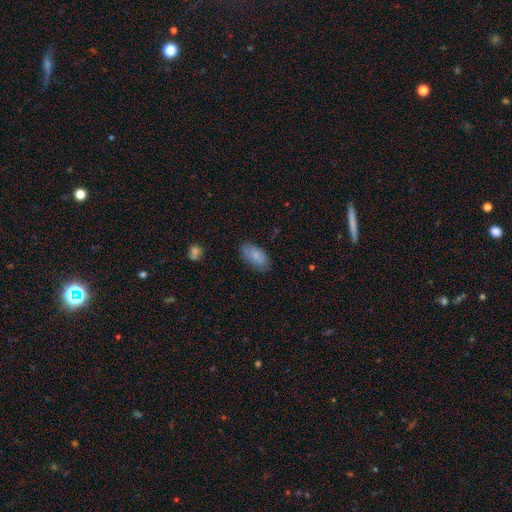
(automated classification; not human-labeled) Q: Smooth or featured?
A: smooth (80%); runner-up: featured or disk (13%)
Q: How rounded?
A: in between (94%); runner-up: cigar-shaped (3%)
Q: Merging?
A: none (78%); runner-up: minor disturbance (17%)